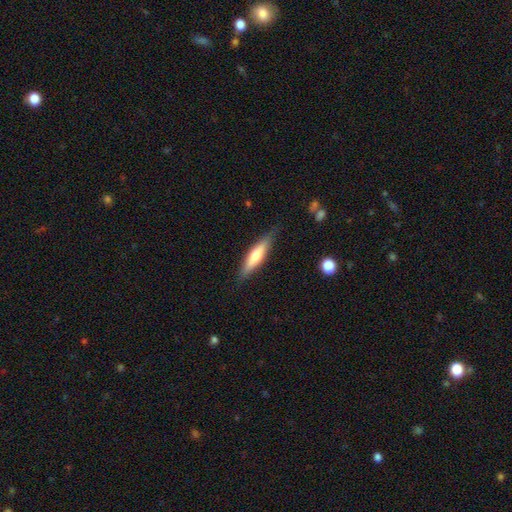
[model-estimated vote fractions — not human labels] Overall: smooth (59%; featured or disk 35%). How rounded: cigar-shaped (77%). Merging: none (83%).